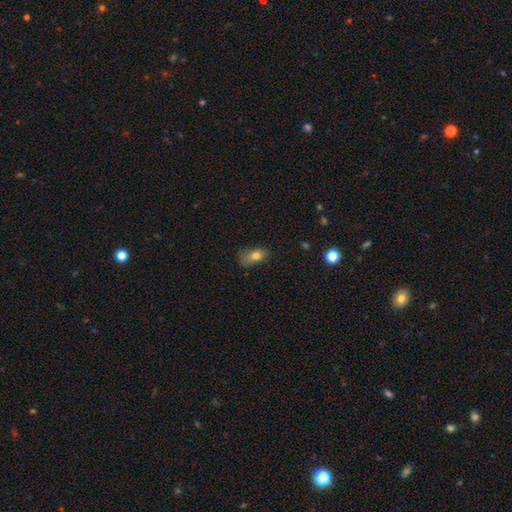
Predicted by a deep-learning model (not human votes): A smooth galaxy with no disk features (76%) that is in between round and cigar-shaped (83%).

Vote fractions:
- Smooth or featured? smooth: 76% / featured or disk: 14% / star or artifact: 10%
- How rounded? in between: 83% / round: 11% / cigar-shaped: 6%
- Merging? none: 41% / minor disturbance: 34% / major disturbance: 22% / merger: 3%